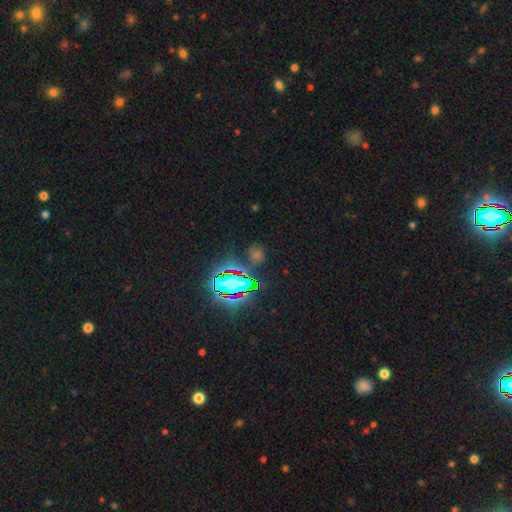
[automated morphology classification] type=star or artifact (68%).